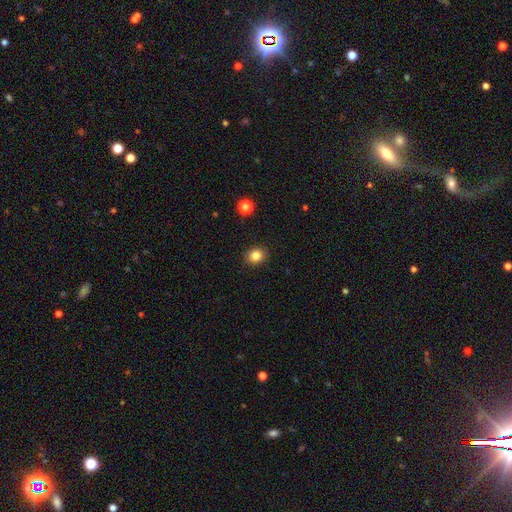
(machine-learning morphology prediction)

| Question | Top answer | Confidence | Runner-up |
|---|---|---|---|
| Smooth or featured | smooth | 83% | star or artifact (11%) |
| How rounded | round | 63% | in between (36%) |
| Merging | none | 90% | minor disturbance (7%) |